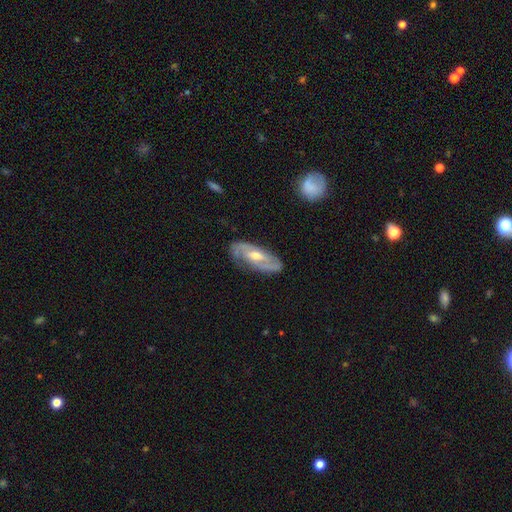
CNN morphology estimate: A featured or disk galaxy (80%) with a weak bar (43%), 2 (77%) medium (41%, tied with tight) spiral arms (89%) and a moderate central bulge (66%). Merging: none (81%).